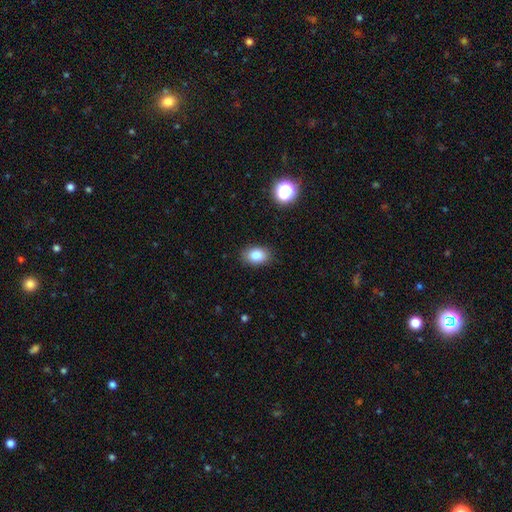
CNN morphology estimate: This appears to be a smooth galaxy with no disk features (84%) that is in between round and cigar-shaped (80%). Merging: none (87%).